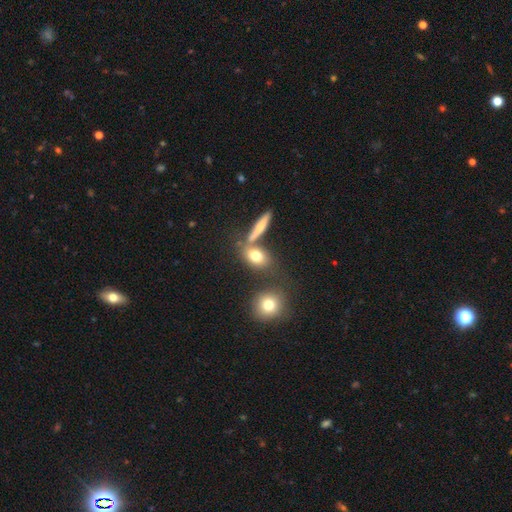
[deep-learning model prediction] Smooth or featured?
  - smooth: 73% *
  - featured or disk: 15%
  - star or artifact: 11%
How rounded?
  - in between: 57% *
  - round: 35%
  - cigar-shaped: 8%
Merging?
  - none: 60% *
  - merger: 22%
  - minor disturbance: 12%
  - major disturbance: 5%